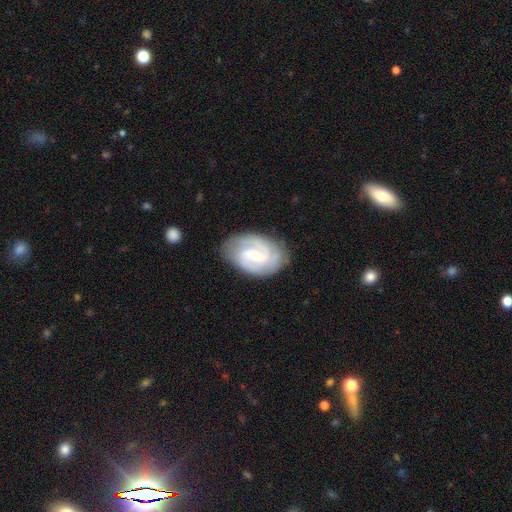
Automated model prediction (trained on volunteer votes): Smooth or featured: featured or disk — 84% (smooth — 11%)
Edge-on disk: no — 97% (yes — 3%)
Bar: weak — 55% (no — 29%)
Spiral arms: yes — 95% (no — 5%)
Spiral winding: medium — 44% (tight — 43%)
Spiral arm count: 2 — 59% (can't tell — 16%)
Bulge size: small — 62% (moderate — 34%)
Merging: none — 77% (minor disturbance — 17%)